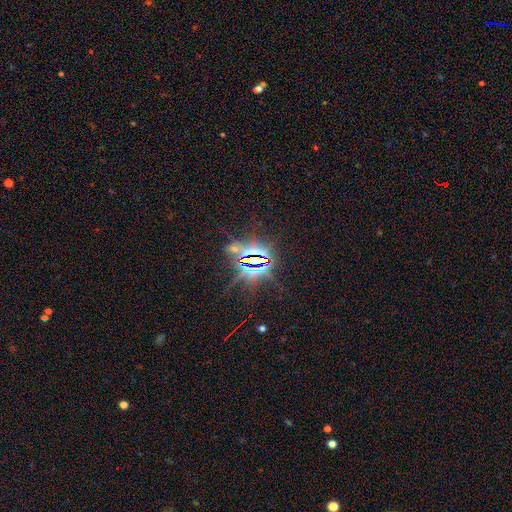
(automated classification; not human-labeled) Morphology: type=star or artifact (84%).